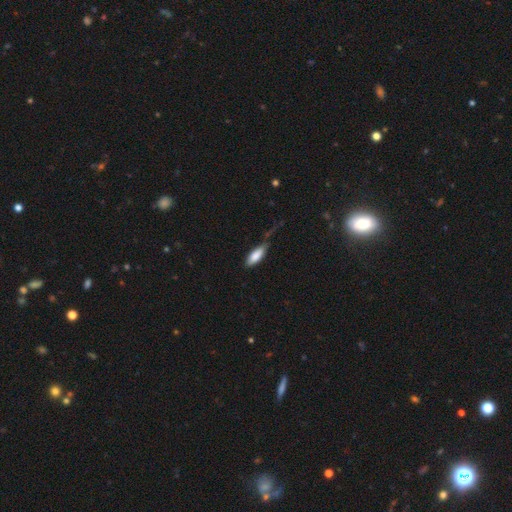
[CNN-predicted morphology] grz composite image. It shows a smooth galaxy with no disk features (82%) that is in between round and cigar-shaped (71%). Merging: none (47%).